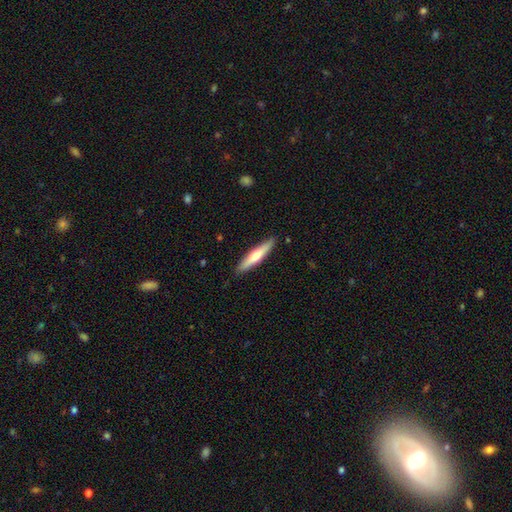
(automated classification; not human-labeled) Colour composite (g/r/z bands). It shows a smooth galaxy with no disk features (53%) that is cigar-shaped (86%). Merging: none (89%).